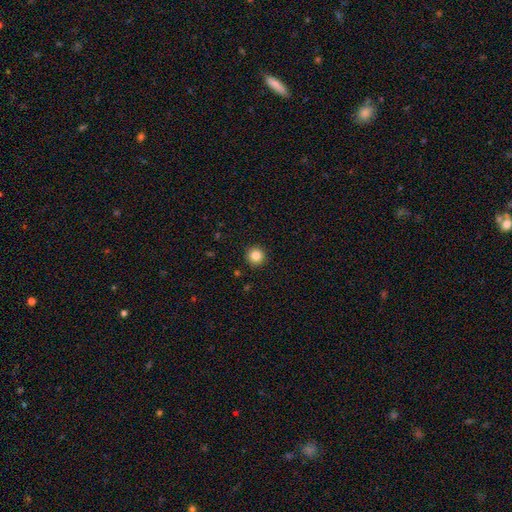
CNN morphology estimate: This is clearly a smooth galaxy (84%). How rounded: clearly round (96%). Merging: clearly none (93%).